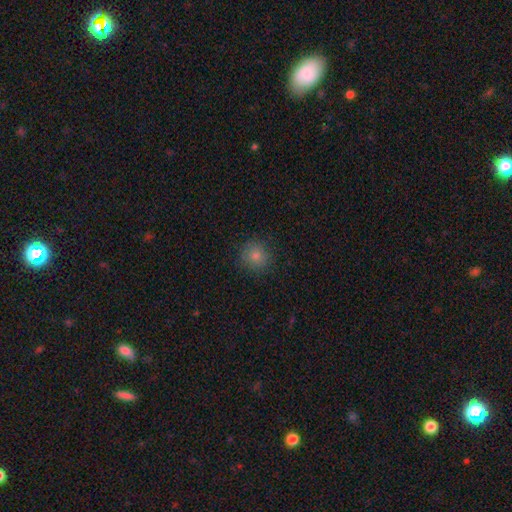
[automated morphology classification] Smooth or featured: smooth — 81% (star or artifact — 13%)
How rounded: round — 91% (in between — 8%)
Merging: none — 87% (minor disturbance — 9%)